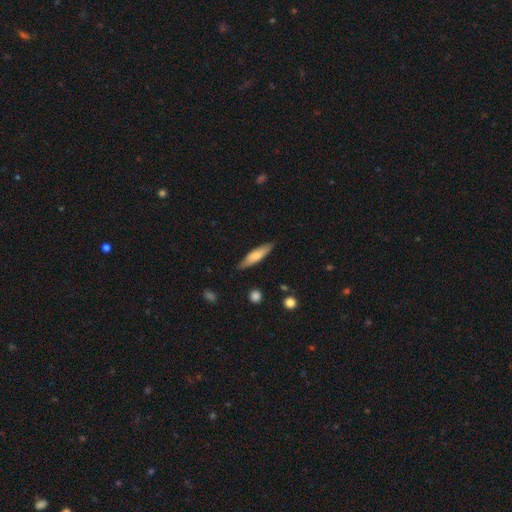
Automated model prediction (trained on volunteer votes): Overall: smooth (67%). How rounded: cigar-shaped (74%). Merging: none (86%).